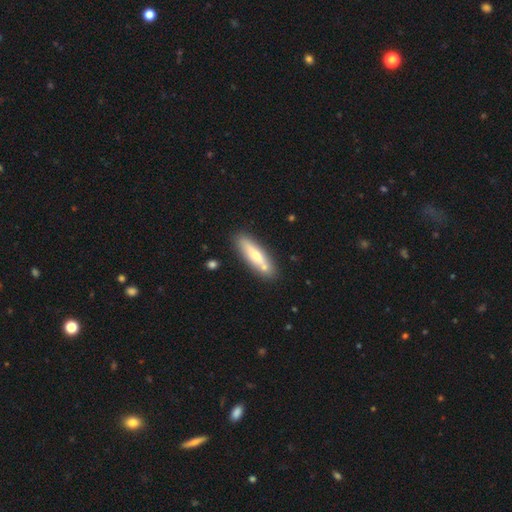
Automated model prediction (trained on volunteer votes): A smooth galaxy with no disk features (60%) that is cigar-shaped (68%).

Vote fractions:
- Smooth or featured? smooth: 60% / featured or disk: 33% / star or artifact: 6%
- How rounded? cigar-shaped: 68% / in between: 30% / round: 2%
- Merging? none: 78% / minor disturbance: 11% / merger: 8% / major disturbance: 3%